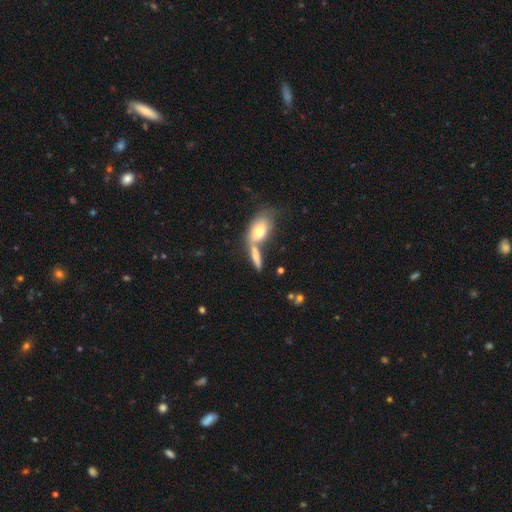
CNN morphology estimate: This is likely a smooth galaxy (70%). How rounded: possibly in between (51%). Merging: marginally none (43%).